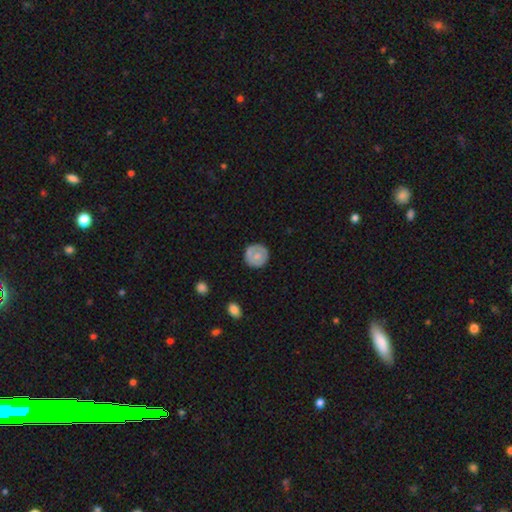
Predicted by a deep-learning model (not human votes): A smooth galaxy with no disk features (65%) that is round (93%).

Vote fractions:
- Smooth or featured? smooth: 65% / featured or disk: 29% / star or artifact: 6%
- How rounded? round: 93% / in between: 6% / cigar-shaped: 1%
- Merging? none: 84% / minor disturbance: 12% / major disturbance: 3% / merger: 1%